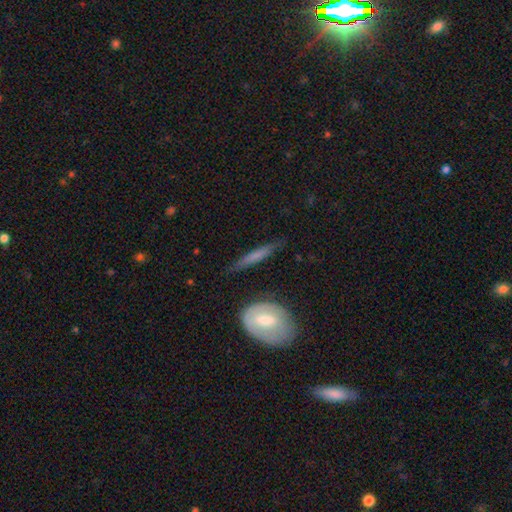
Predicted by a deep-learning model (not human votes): The model was most divided on "smooth or featured": smooth: 54%, featured or disk: 39%, star or artifact: 7%. More confident: how rounded — cigar-shaped (87%); merging — none (74%).